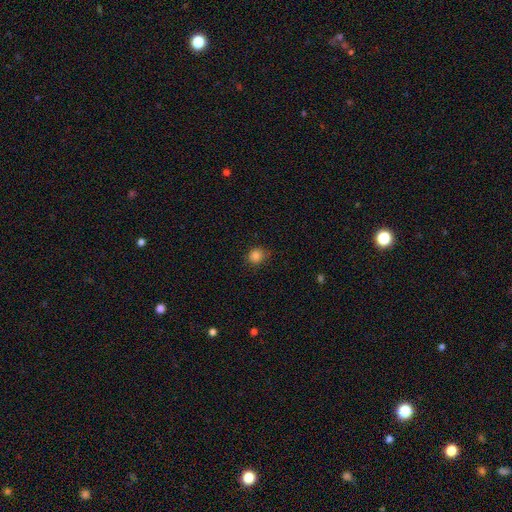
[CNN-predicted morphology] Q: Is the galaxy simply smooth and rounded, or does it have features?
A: smooth — 84%.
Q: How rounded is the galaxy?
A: round — 81%.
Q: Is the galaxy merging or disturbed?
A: none — 82%.